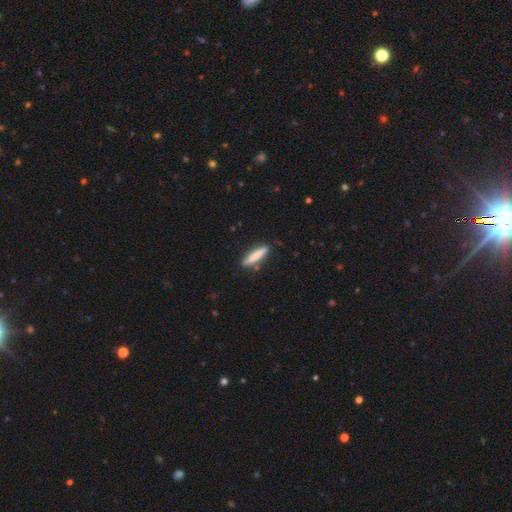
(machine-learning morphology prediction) A smooth galaxy with no disk features (78%) that is cigar-shaped (87%).

Vote fractions:
- Smooth or featured? smooth: 78% / featured or disk: 16% / star or artifact: 6%
- How rounded? cigar-shaped: 87% / in between: 12% / round: 1%
- Merging? none: 86% / minor disturbance: 10% / merger: 2% / major disturbance: 2%